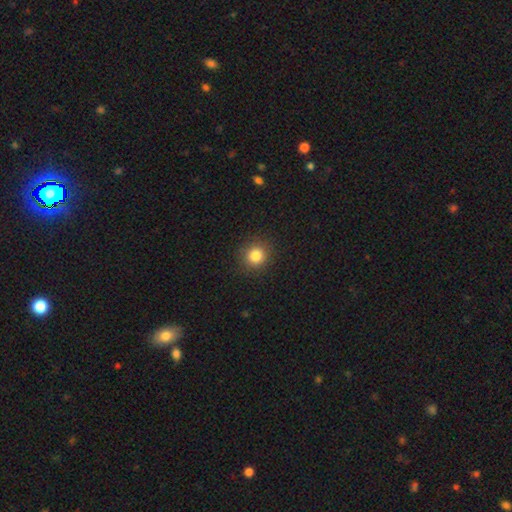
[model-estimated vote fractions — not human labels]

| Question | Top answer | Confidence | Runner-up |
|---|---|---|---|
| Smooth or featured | smooth | 83% | star or artifact (11%) |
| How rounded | round | 92% | in between (7%) |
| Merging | none | 90% | minor disturbance (6%) |